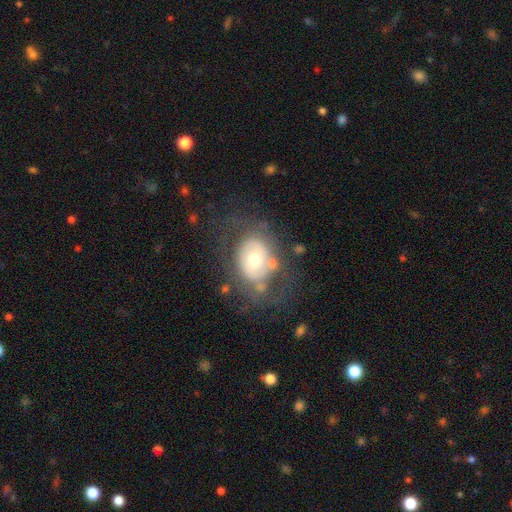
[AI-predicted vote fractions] smooth_or_featured: featured or disk (p=0.53) [alt: smooth p=0.39]
disk_edge_on: no (p=0.95) [alt: yes p=0.05]
bar: no (p=0.76) [alt: weak p=0.18]
has_spiral_arms: no (p=0.62) [alt: yes p=0.38]
bulge_size: moderate (p=0.67) [alt: small p=0.22]
merging: none (p=0.52) [alt: minor disturbance p=0.22]